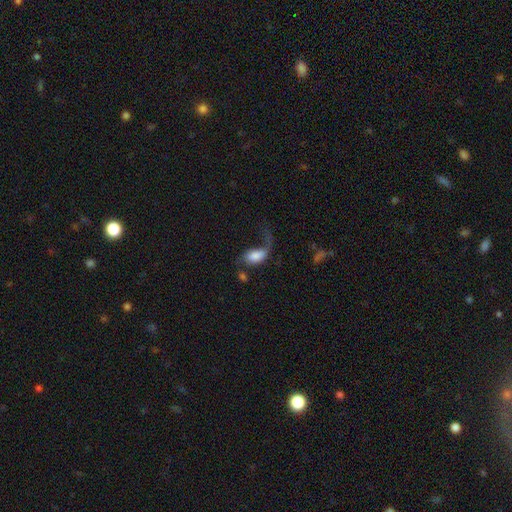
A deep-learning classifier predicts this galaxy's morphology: smooth-or-featured: smooth: 65% | featured or disk: 27% | star or artifact: 9%
  how-rounded: in between: 91% | round: 6% | cigar-shaped: 3%
  merging: major disturbance: 49% | none: 25% | minor disturbance: 18% | merger: 9%